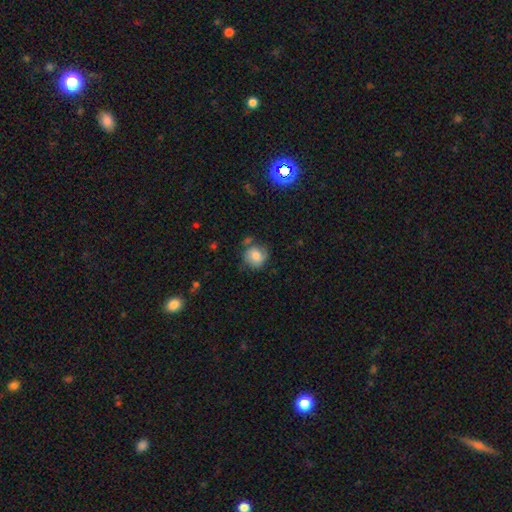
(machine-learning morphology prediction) Q: Smooth or featured?
A: smooth (67%); runner-up: featured or disk (23%)
Q: How rounded?
A: round (85%); runner-up: in between (14%)
Q: Merging?
A: none (64%); runner-up: minor disturbance (22%)